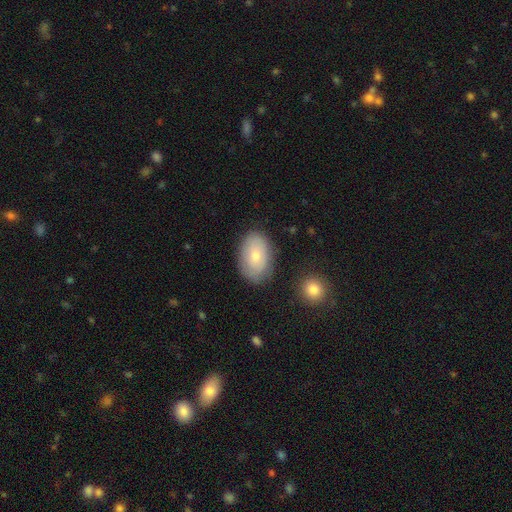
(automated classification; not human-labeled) Smooth or featured? smooth (67%)
How rounded? in between (86%)
Merging? none (80%)